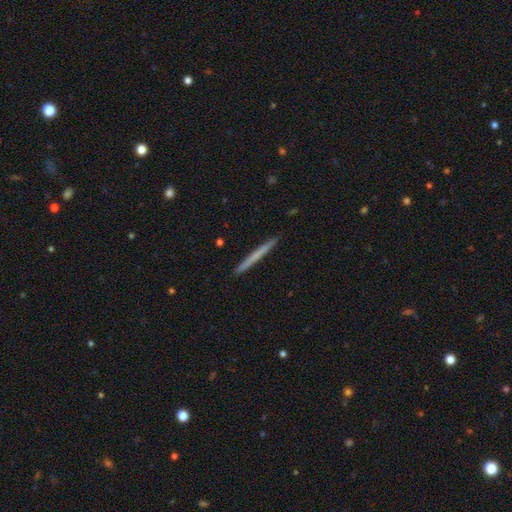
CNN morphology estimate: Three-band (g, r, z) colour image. It shows a smooth galaxy with no disk features (54%) that is cigar-shaped (97%). Merging: none (93%).